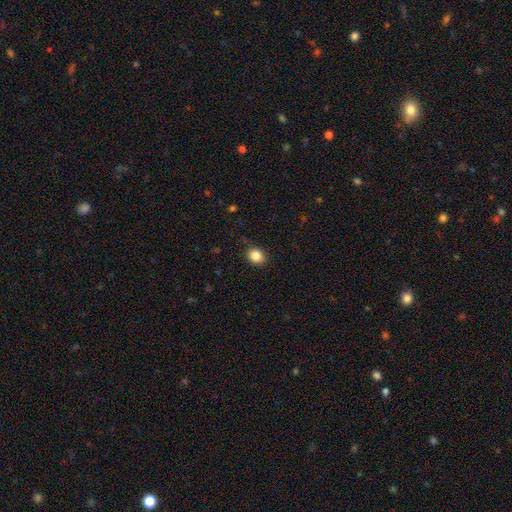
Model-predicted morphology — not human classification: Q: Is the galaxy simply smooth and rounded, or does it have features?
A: smooth — 86%.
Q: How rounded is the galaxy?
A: round — 58%.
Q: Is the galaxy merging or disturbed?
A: none — 88%.